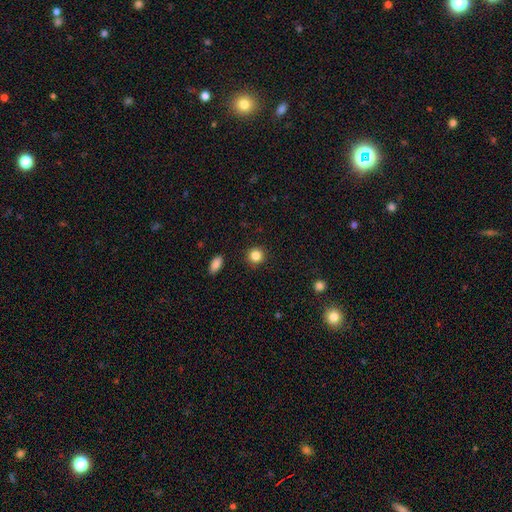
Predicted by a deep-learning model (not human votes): A smooth galaxy with no disk features (85%) that is round (91%). Merging: none (91%).